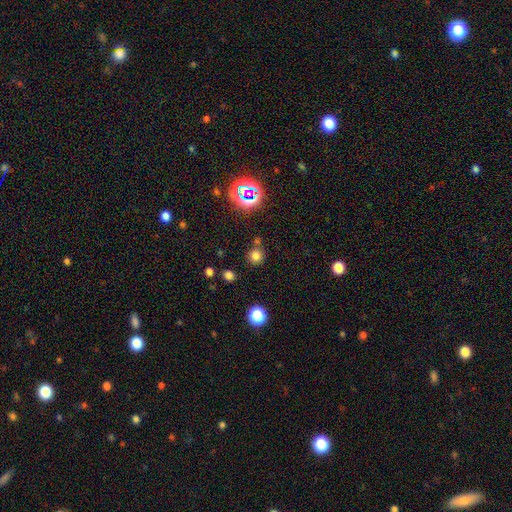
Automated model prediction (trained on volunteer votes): Smooth or featured: smooth — 73% (star or artifact — 21%)
How rounded: round — 91% (in between — 8%)
Merging: none — 77% (merger — 11%)